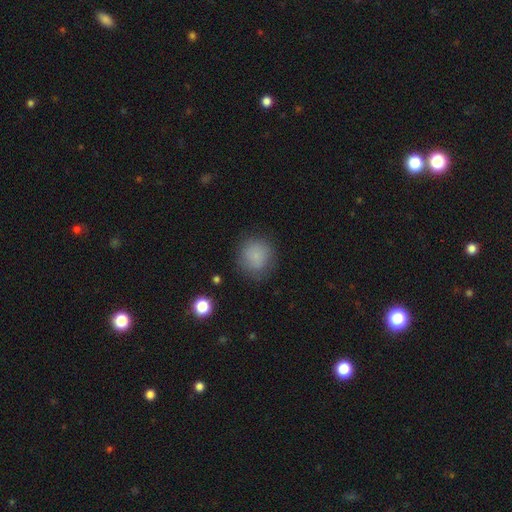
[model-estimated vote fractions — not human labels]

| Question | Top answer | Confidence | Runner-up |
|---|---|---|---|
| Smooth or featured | smooth | 82% | star or artifact (10%) |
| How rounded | round | 88% | in between (11%) |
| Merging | none | 81% | minor disturbance (13%) |